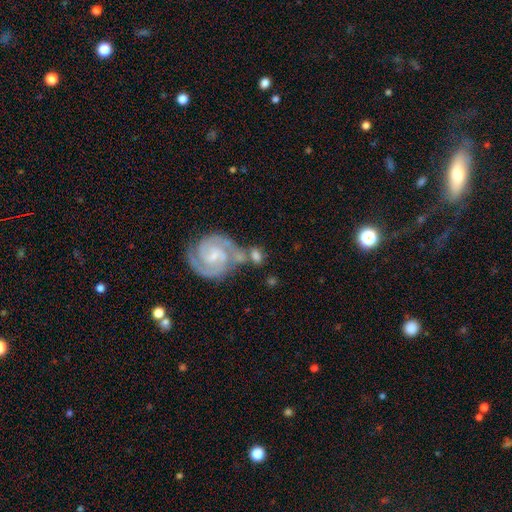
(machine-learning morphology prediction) smooth_or_featured: featured or disk (p=0.52) [alt: smooth p=0.41]
disk_edge_on: no (p=0.95) [alt: yes p=0.05]
merging: none (p=0.44) [alt: merger p=0.35]